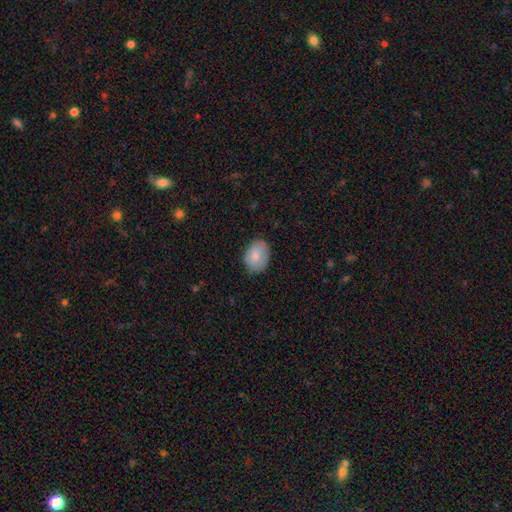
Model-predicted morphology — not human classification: smooth 81%, featured or disk 12%, star or artifact 7%. Down the decision tree: how rounded — in between (71%); merging — none (74%).